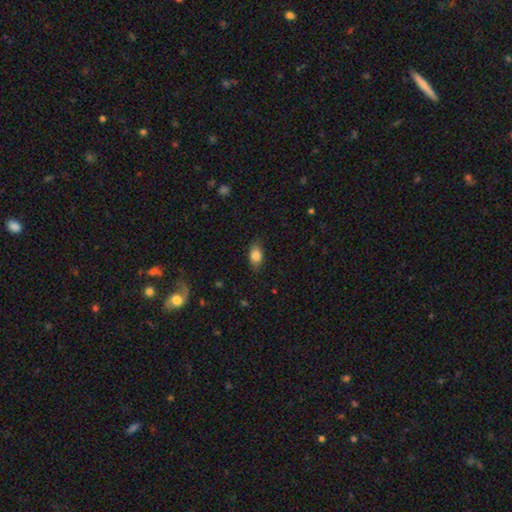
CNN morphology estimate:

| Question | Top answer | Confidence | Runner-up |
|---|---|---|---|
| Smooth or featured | smooth | 82% | featured or disk (10%) |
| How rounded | in between | 82% | round (14%) |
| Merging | none | 81% | minor disturbance (15%) |